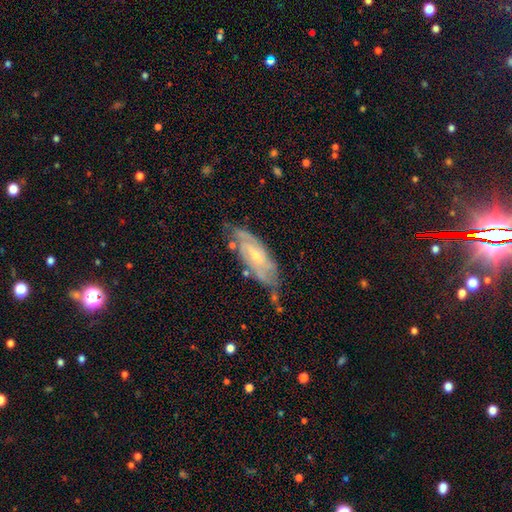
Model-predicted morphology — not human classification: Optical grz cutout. It shows a featured or disk galaxy (82%) with a weak bar (46%), 2 (51%) tight (51%) spiral arms (94%) and a small central bulge (65%). Merging: none (67%).